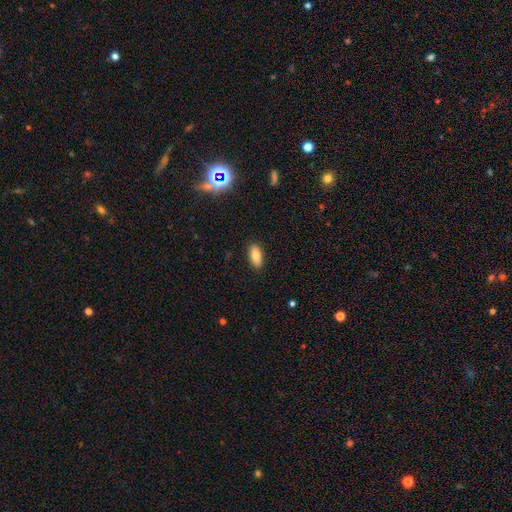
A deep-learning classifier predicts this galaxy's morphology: Overall: smooth (83%). How rounded: in between (88%). Merging: none (89%).